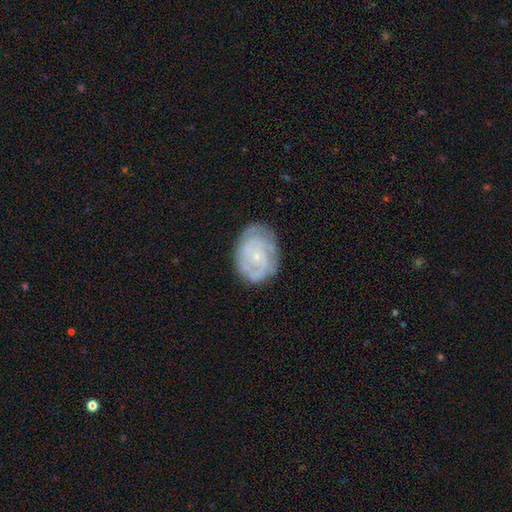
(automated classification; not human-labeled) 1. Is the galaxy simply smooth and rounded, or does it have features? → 74% featured or disk, 19% smooth, 7% star or artifact.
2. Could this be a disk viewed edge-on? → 97% no, 3% yes.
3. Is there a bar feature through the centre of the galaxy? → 75% no, 22% weak, 3% strong.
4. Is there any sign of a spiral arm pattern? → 89% yes, 11% no.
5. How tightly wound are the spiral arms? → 59% tight, 32% medium, 9% loose.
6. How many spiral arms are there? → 37% can't tell, 25% 2, 20% 3, 9% 4, 5% 1, 5% more than 4.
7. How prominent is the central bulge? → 80% small, 14% moderate, 4% none, 1% large, 1% dominant.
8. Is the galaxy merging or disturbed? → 74% none, 18% minor disturbance, 6% major disturbance, 1% merger.